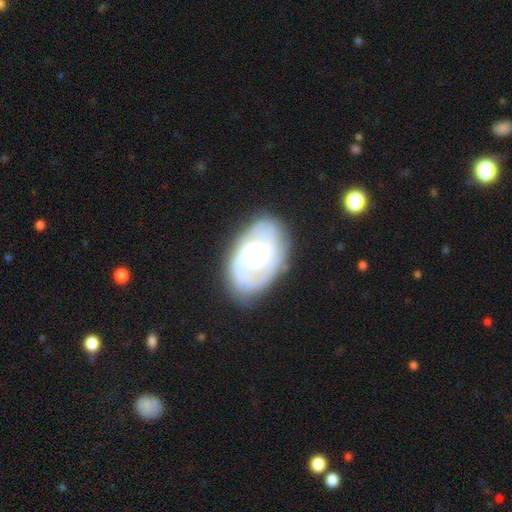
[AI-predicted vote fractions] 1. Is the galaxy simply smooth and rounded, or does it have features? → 72% featured or disk, 22% smooth, 6% star or artifact.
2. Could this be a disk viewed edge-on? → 96% no, 4% yes.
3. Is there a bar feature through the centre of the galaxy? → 53% no, 38% weak, 9% strong.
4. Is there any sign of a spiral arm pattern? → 83% yes, 17% no.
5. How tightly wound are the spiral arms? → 49% tight, 35% medium, 16% loose.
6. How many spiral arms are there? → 45% 2, 33% can't tell, 9% 3, 7% 1, 3% 4, 3% more than 4.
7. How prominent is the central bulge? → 66% moderate, 16% large, 15% small, 1% dominant, 1% none.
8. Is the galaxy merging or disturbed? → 75% none, 17% minor disturbance, 7% major disturbance, 1% merger.